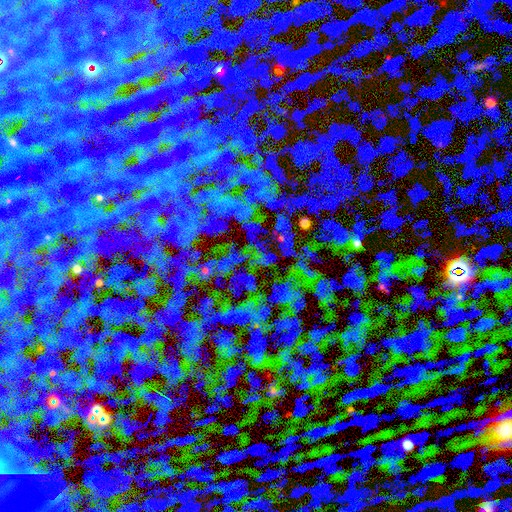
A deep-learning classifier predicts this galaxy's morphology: This appears to be a star or artifact, not a galaxy (78%).